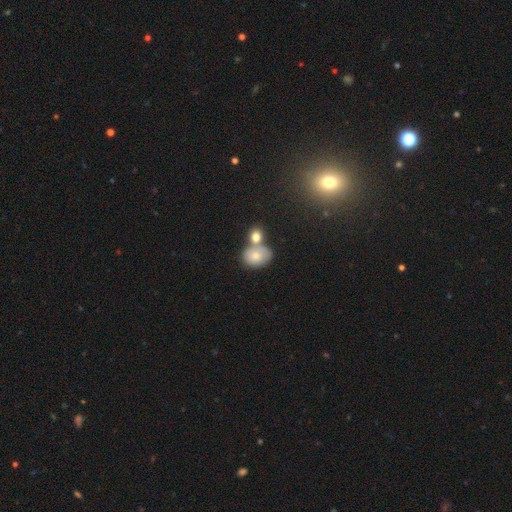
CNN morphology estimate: smooth-or-featured: smooth: 74% | featured or disk: 17% | star or artifact: 9%
  how-rounded: in between: 65% | round: 33% | cigar-shaped: 1%
  merging: merger: 43% | none: 39% | minor disturbance: 13% | major disturbance: 5%